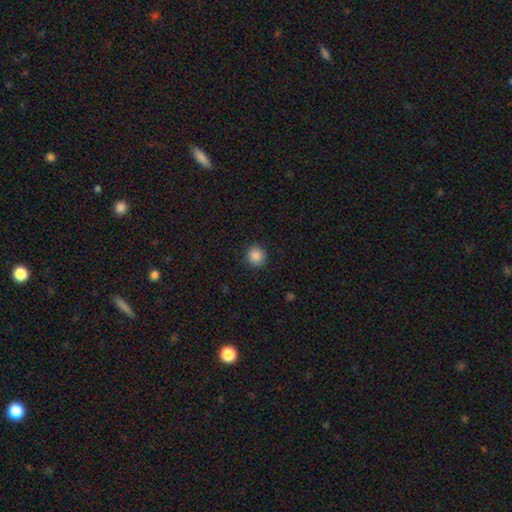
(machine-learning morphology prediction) This appears to be a smooth galaxy with no disk features (88%) that is round (93%). Merging: none (91%).